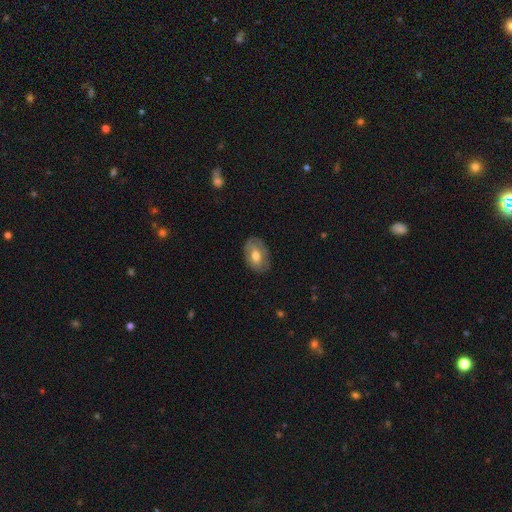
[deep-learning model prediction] smooth-or-featured: smooth: 49% | featured or disk: 44% | star or artifact: 6%
  merging: none: 79% | minor disturbance: 15% | major disturbance: 4% | merger: 1%